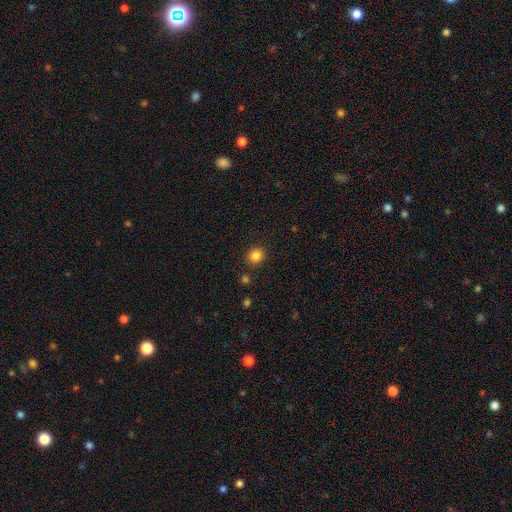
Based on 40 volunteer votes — A smooth galaxy with no disk features (90%) that is round (92%). Merging: none (83%).